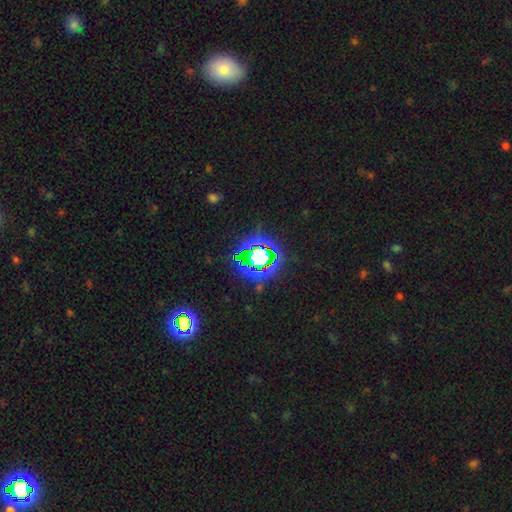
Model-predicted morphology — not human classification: smooth-or-featured: star or artifact: 80% | smooth: 12% | featured or disk: 8%